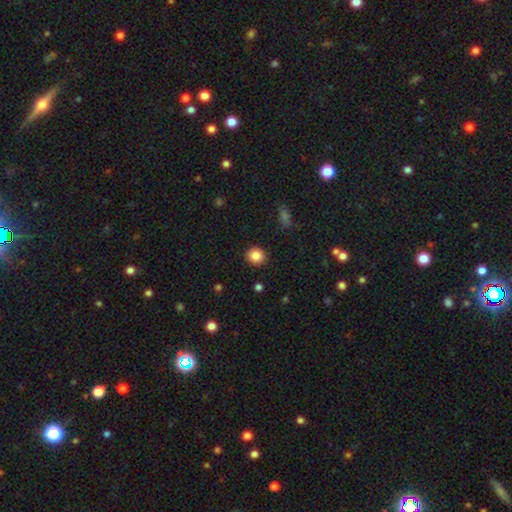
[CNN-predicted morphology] Q: Smooth or featured?
A: smooth (86%); runner-up: star or artifact (10%)
Q: How rounded?
A: round (88%); runner-up: in between (11%)
Q: Merging?
A: none (91%); runner-up: minor disturbance (6%)